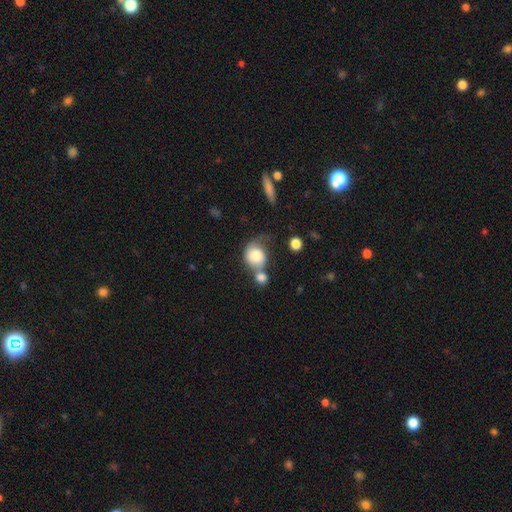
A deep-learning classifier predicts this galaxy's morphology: Smooth or featured? smooth (75%)
How rounded? round (67%)
Merging? merger (43%)